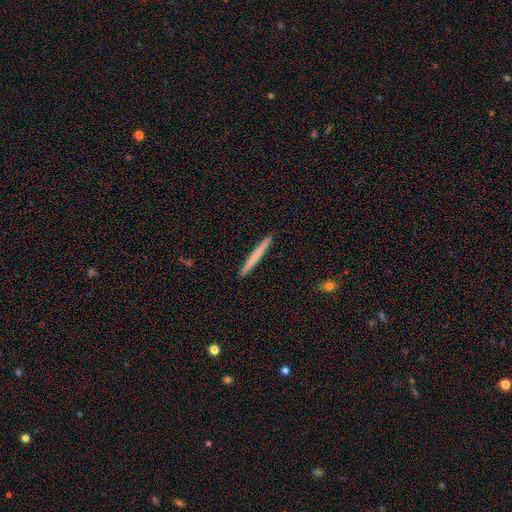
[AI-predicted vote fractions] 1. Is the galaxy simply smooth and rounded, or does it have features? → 67% smooth, 28% featured or disk, 5% star or artifact.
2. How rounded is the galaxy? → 97% cigar-shaped, 2% in between, 1% round.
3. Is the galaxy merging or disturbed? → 93% none, 5% minor disturbance, 1% major disturbance, 1% merger.